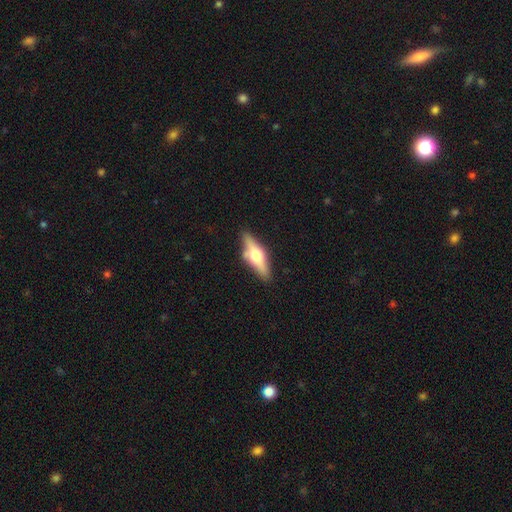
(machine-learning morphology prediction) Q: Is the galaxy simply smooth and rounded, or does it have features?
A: featured or disk — 58%.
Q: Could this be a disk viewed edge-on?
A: yes — 93%.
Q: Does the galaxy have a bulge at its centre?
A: rounded — 93%.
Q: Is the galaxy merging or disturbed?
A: none — 79%.